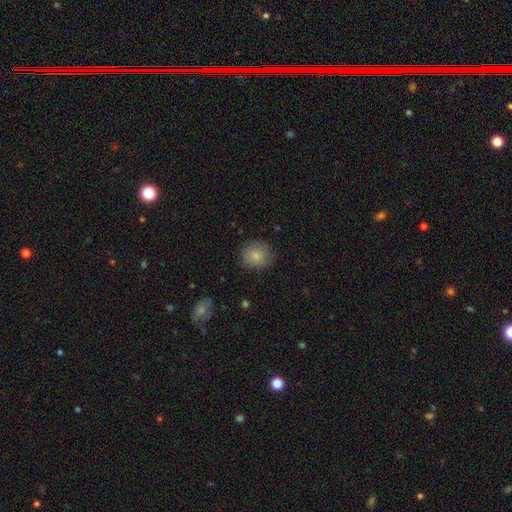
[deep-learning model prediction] smooth 84%, star or artifact 9%, featured or disk 7%. Down the decision tree: how rounded — round (85%); merging — none (83%).